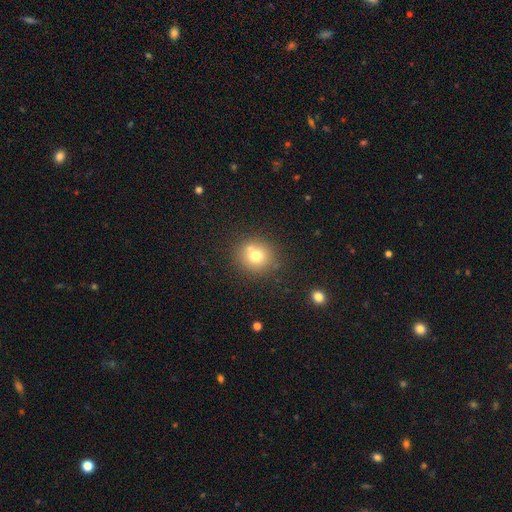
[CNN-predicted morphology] smooth-or-featured: smooth: 72% | featured or disk: 14% | star or artifact: 14%
  how-rounded: round: 87% | in between: 12% | cigar-shaped: 1%
  merging: none: 72% | merger: 14% | minor disturbance: 11% | major disturbance: 3%